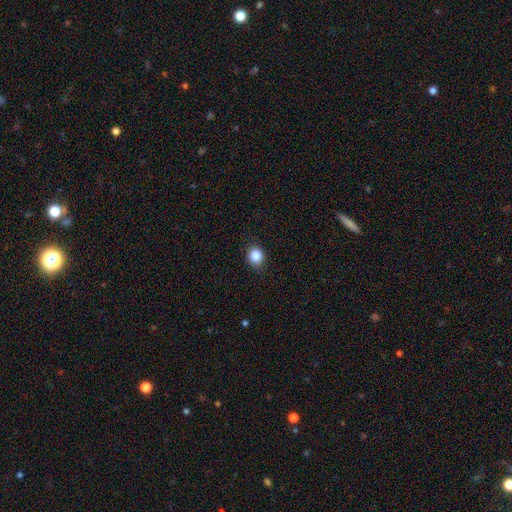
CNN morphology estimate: type=smooth (87%); roundness=round (79%); merging=none (85%).